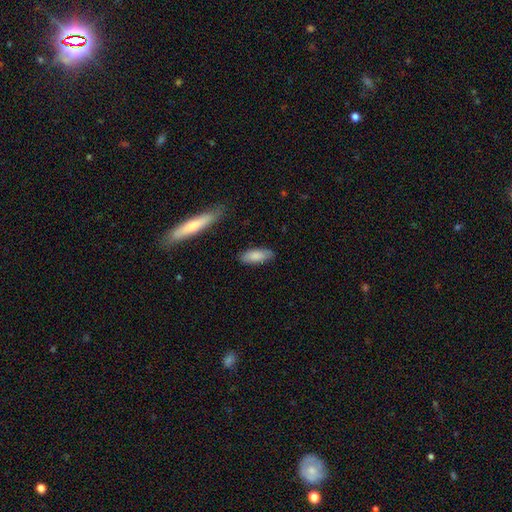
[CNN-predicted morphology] Smooth or featured? smooth (84%)
How rounded? in between (75%)
Merging? none (83%)